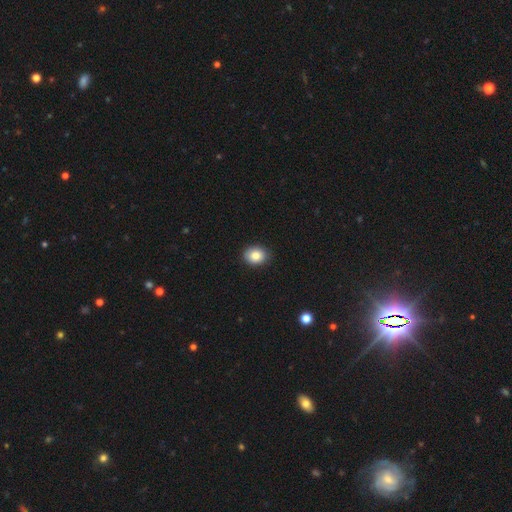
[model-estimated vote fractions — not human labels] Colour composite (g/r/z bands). It shows a smooth galaxy with no disk features (84%) that is round (50%). Merging: none (89%).